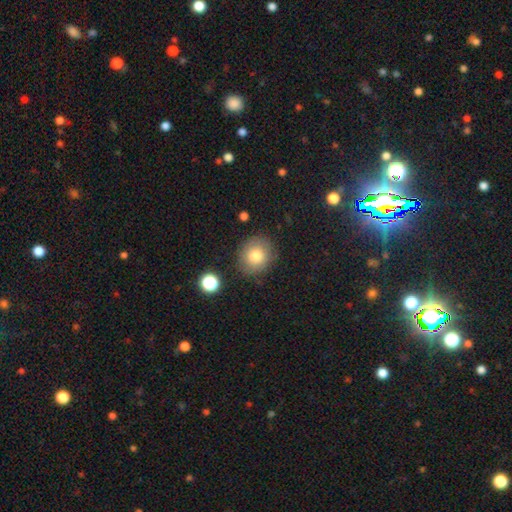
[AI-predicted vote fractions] This appears to be a smooth galaxy with no disk features (78%) that is round (84%). Merging: none (84%).